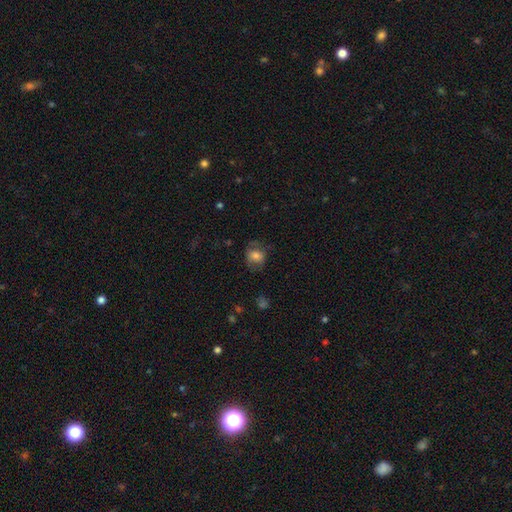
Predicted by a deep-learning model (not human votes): Smooth or featured?
  - smooth: 68% *
  - featured or disk: 23%
  - star or artifact: 9%
How rounded?
  - round: 62% *
  - in between: 37%
  - cigar-shaped: 1%
Merging?
  - none: 61% *
  - minor disturbance: 23%
  - major disturbance: 15%
  - merger: 1%